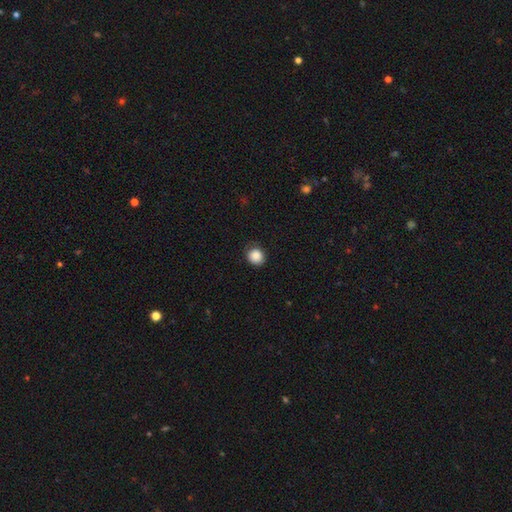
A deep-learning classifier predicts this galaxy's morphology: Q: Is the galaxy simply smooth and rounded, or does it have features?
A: smooth — 87%.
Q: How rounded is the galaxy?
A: round — 84%.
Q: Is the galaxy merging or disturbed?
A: none — 79%.